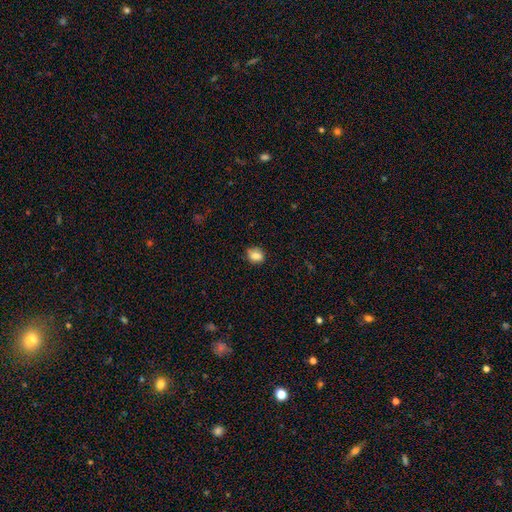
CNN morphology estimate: Q: Smooth or featured?
A: smooth (80%); runner-up: star or artifact (10%)
Q: How rounded?
A: round (54%); runner-up: in between (44%)
Q: Merging?
A: none (75%); runner-up: minor disturbance (20%)